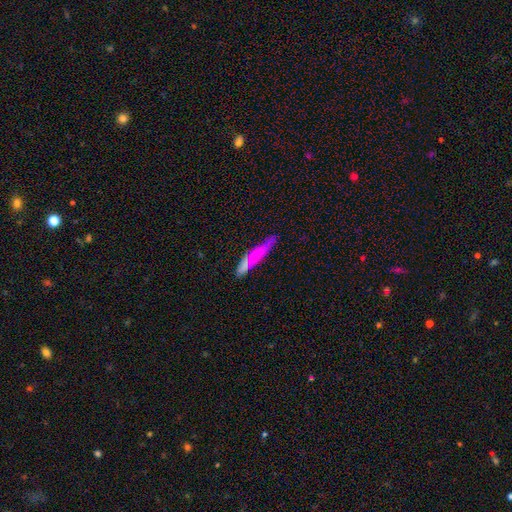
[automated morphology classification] Smooth or featured?
  - smooth: 64% *
  - featured or disk: 27%
  - star or artifact: 9%
How rounded?
  - cigar-shaped: 87% *
  - in between: 11%
  - round: 2%
Merging?
  - none: 60% *
  - minor disturbance: 20%
  - merger: 13%
  - major disturbance: 7%